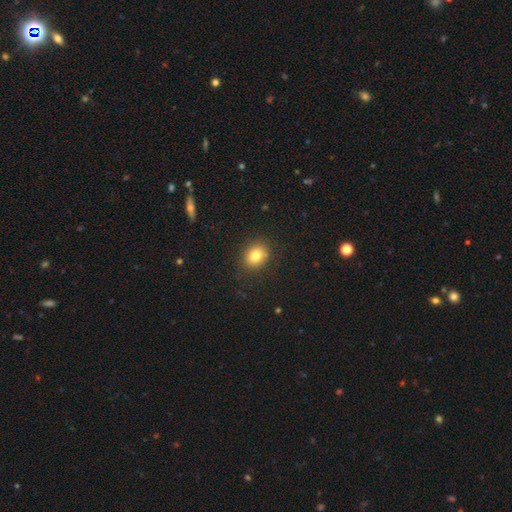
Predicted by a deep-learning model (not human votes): Q: Smooth or featured?
A: smooth (80%); runner-up: star or artifact (11%)
Q: How rounded?
A: round (56%); runner-up: in between (43%)
Q: Merging?
A: none (86%); runner-up: minor disturbance (10%)